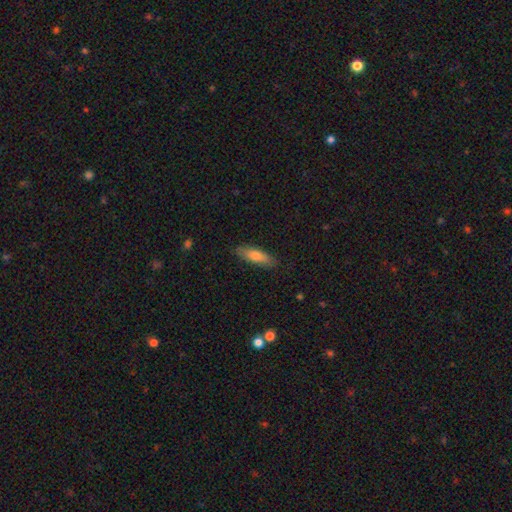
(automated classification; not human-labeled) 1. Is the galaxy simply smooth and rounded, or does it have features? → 73% smooth, 21% featured or disk, 6% star or artifact.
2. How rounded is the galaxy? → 54% cigar-shaped, 44% in between, 2% round.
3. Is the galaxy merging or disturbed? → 86% none, 11% minor disturbance, 2% major disturbance, 1% merger.